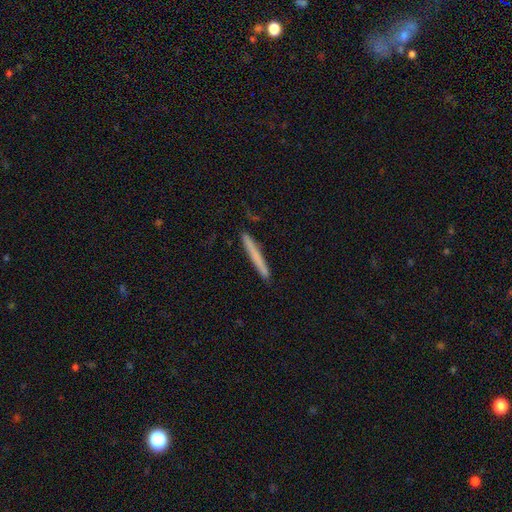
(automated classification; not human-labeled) Smooth or featured? smooth (65%)
How rounded? cigar-shaped (97%)
Merging? none (90%)